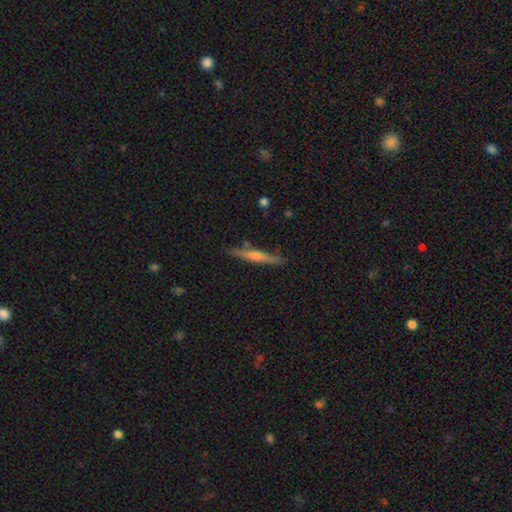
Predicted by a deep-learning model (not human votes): Smooth or featured: featured or disk — 51% (smooth — 43%)
Edge-on disk: yes — 96% (no — 4%)
Merging: none — 86% (minor disturbance — 10%)